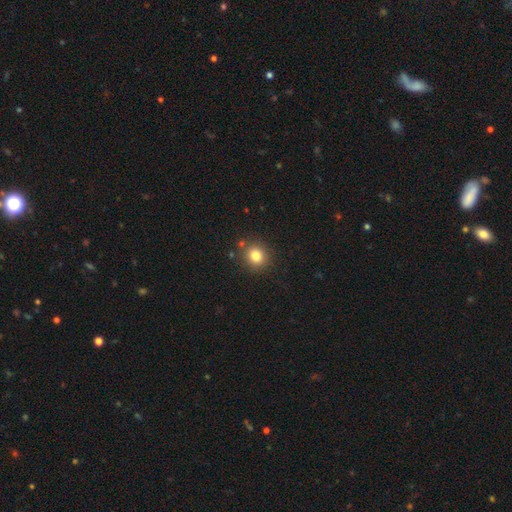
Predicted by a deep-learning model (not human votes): Overall: smooth (81%). How rounded: round (83%). Merging: none (85%).